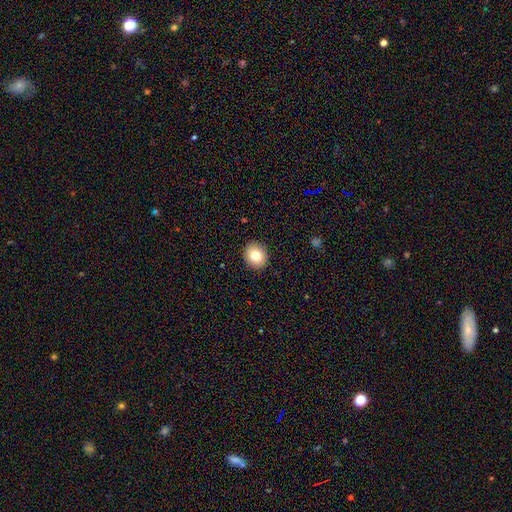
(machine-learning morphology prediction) A smooth galaxy with no disk features (79%) that is round (72%). Merging: none (91%).